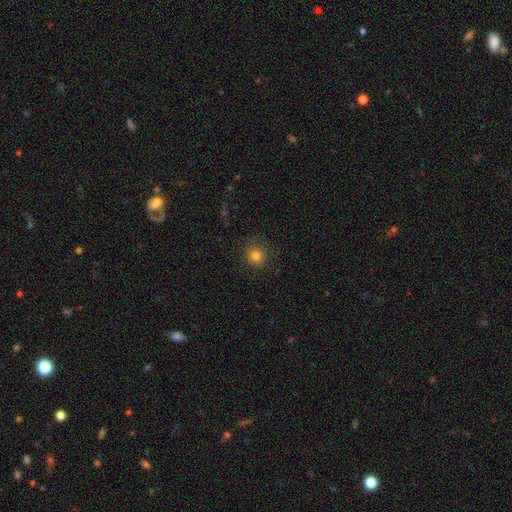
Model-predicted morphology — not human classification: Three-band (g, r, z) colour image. It shows a smooth galaxy with no disk features (80%) that is round (88%). Merging: none (83%).